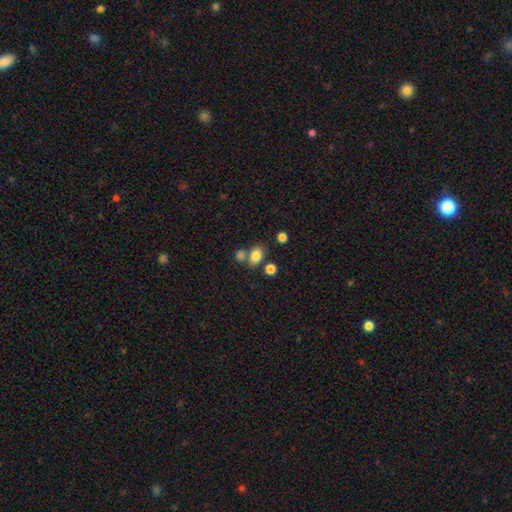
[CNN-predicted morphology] smooth-or-featured: smooth: 81% | star or artifact: 11% | featured or disk: 8%
  how-rounded: in between: 68% | round: 31% | cigar-shaped: 1%
  merging: none: 58% | merger: 25% | minor disturbance: 12% | major disturbance: 5%